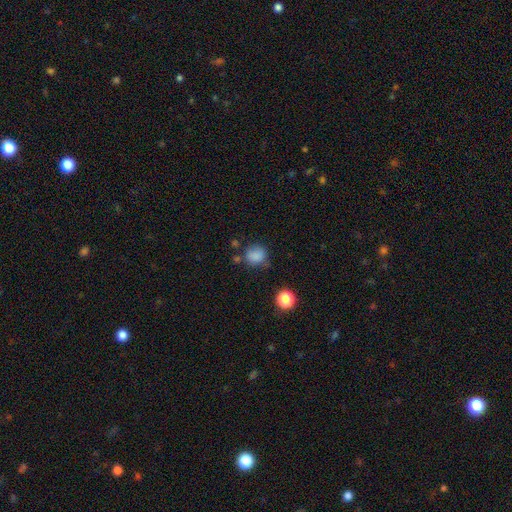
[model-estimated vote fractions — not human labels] Smooth or featured?
  - smooth: 81% *
  - star or artifact: 12%
  - featured or disk: 6%
How rounded?
  - round: 73% *
  - in between: 26%
  - cigar-shaped: 1%
Merging?
  - none: 62% *
  - minor disturbance: 23%
  - major disturbance: 8%
  - merger: 7%